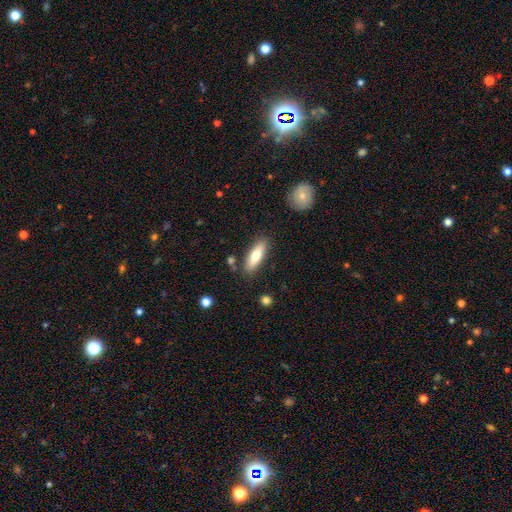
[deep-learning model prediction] This is likely a smooth galaxy (72%). How rounded: possibly cigar-shaped (49%, tied with in between). Merging: clearly none (84%).